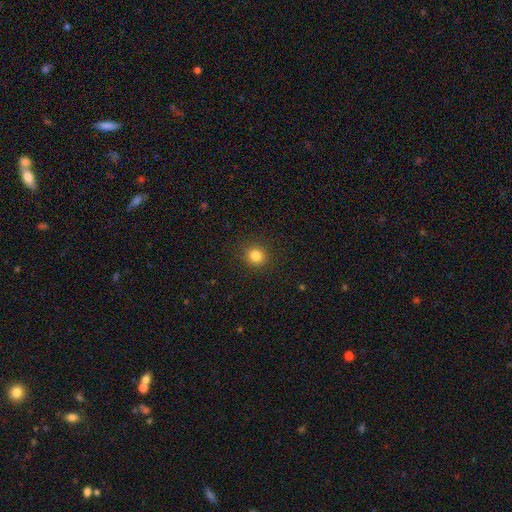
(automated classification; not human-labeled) smooth_or_featured: smooth (p=0.83) [alt: star or artifact p=0.12]
how_rounded: round (p=0.89) [alt: in between p=0.10]
merging: none (p=0.91) [alt: minor disturbance p=0.06]